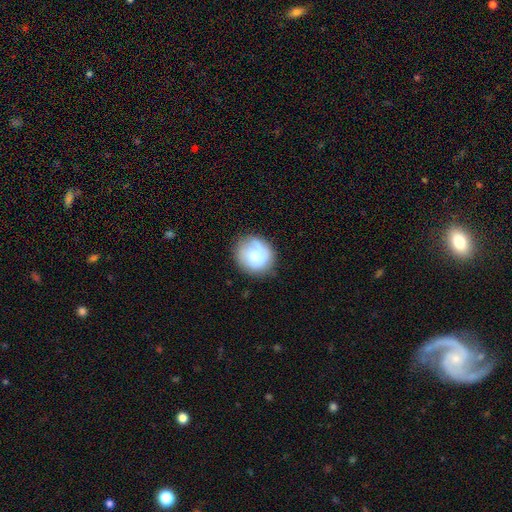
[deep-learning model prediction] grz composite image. It shows a smooth galaxy with no disk features (58%) that is round (85%). Merging: none (75%).